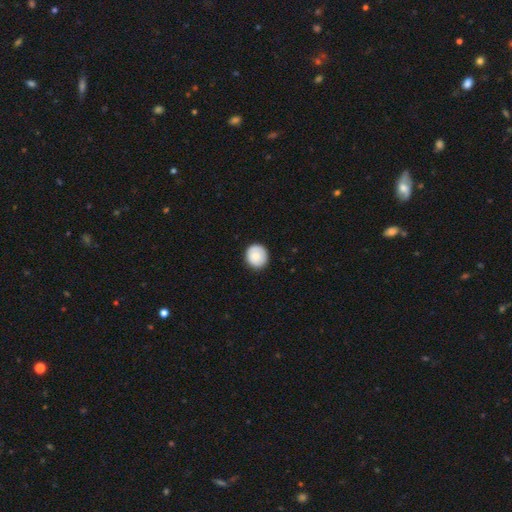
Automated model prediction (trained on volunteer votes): smooth_or_featured: smooth (p=0.84) [alt: featured or disk p=0.09]
how_rounded: round (p=0.90) [alt: in between p=0.09]
merging: none (p=0.88) [alt: minor disturbance p=0.09]